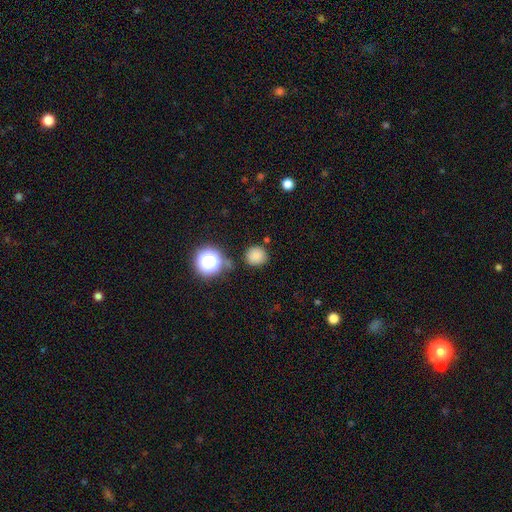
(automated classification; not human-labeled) Smooth or featured: smooth — 79% (star or artifact — 16%)
How rounded: round — 89% (in between — 10%)
Merging: none — 78% (minor disturbance — 13%)